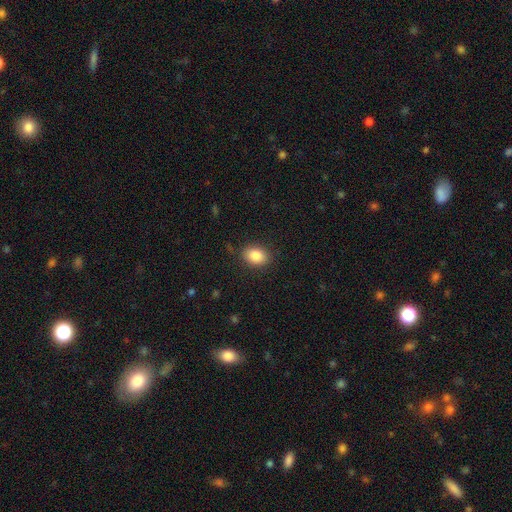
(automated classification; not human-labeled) A smooth galaxy with no disk features (86%) that is in between round and cigar-shaped (75%).

Vote fractions:
- Smooth or featured? smooth: 86% / star or artifact: 8% / featured or disk: 6%
- How rounded? in between: 75% / round: 24% / cigar-shaped: 1%
- Merging? none: 86% / minor disturbance: 10% / major disturbance: 3% / merger: 1%